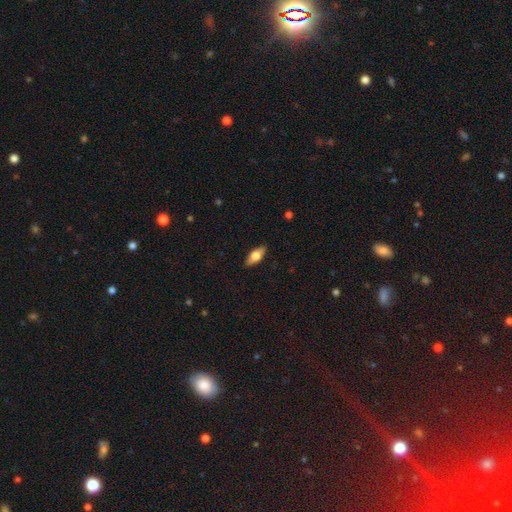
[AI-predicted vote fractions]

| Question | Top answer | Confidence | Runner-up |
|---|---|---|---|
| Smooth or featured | smooth | 58% | featured or disk (35%) |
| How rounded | in between | 74% | cigar-shaped (22%) |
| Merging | none | 89% | minor disturbance (9%) |